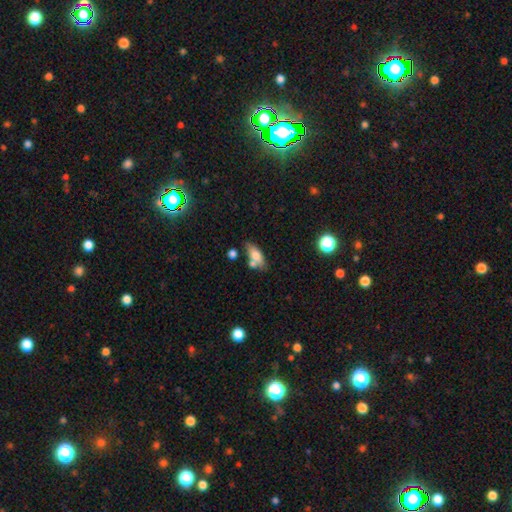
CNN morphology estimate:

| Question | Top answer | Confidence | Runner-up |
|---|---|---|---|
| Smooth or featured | smooth | 72% | featured or disk (20%) |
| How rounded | in between | 76% | cigar-shaped (20%) |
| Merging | none | 57% | merger (22%) |